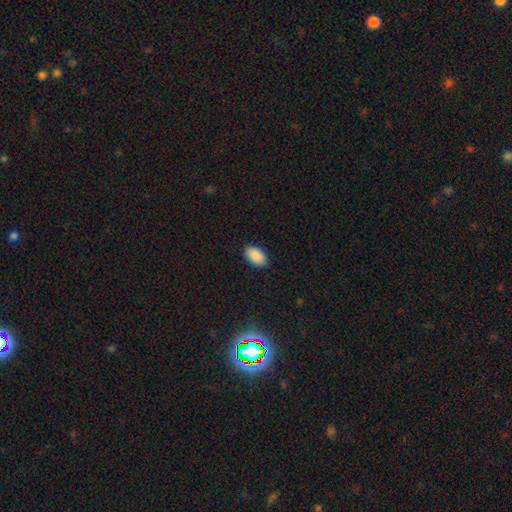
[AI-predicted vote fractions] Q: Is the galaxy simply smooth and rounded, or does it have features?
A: smooth — 90%.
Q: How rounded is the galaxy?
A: in between — 94%.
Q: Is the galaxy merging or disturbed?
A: none — 89%.